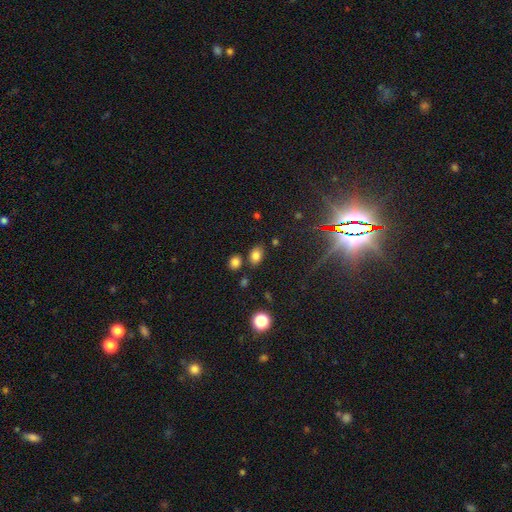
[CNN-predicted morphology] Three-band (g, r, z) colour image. It shows a smooth galaxy with no disk features (79%) that is in between round and cigar-shaped (77%). Merging: none (77%).